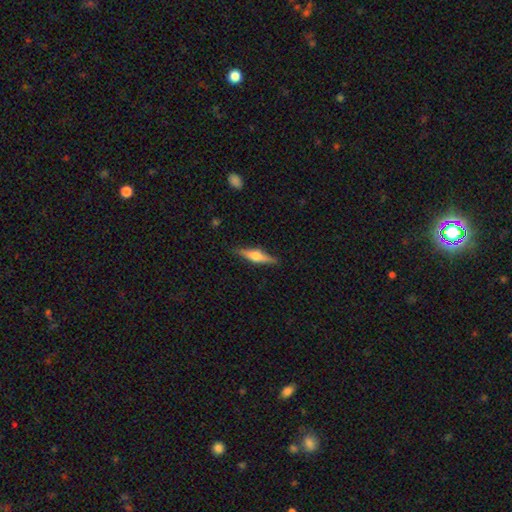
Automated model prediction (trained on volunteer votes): Smooth or featured? featured or disk (61%)
Edge-on disk? yes (96%)
Edge-on bulge? rounded (93%)
Merging? none (88%)